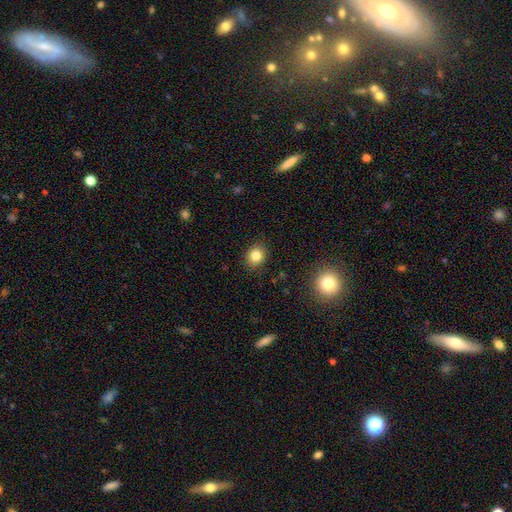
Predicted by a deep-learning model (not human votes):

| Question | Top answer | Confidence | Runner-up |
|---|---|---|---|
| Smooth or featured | smooth | 83% | star or artifact (11%) |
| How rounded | round | 63% | in between (36%) |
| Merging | none | 88% | minor disturbance (8%) |